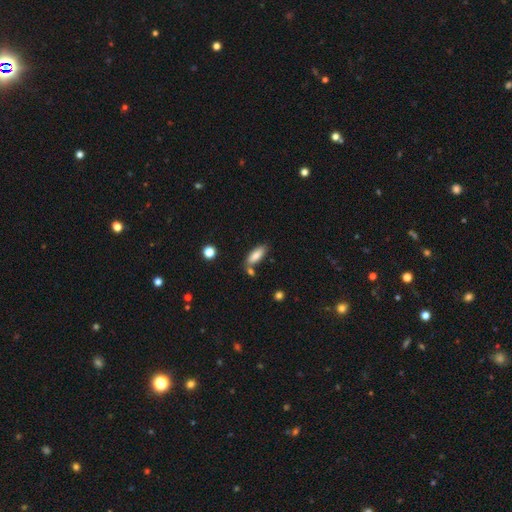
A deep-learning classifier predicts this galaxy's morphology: smooth_or_featured: smooth (p=0.82) [alt: featured or disk p=0.11]
how_rounded: in between (p=0.65) [alt: cigar-shaped p=0.33]
merging: none (p=0.64) [alt: minor disturbance p=0.16]